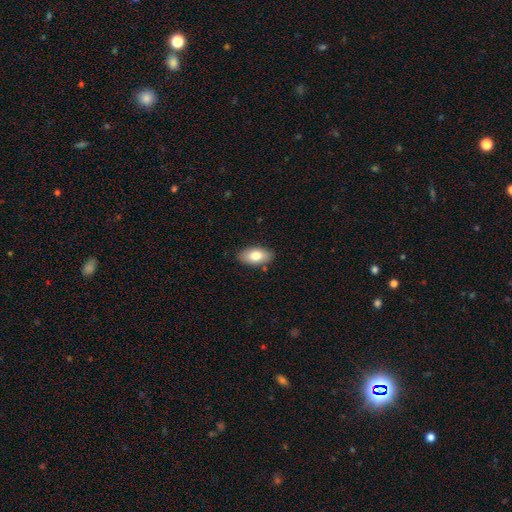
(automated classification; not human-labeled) Smooth or featured: smooth — 78% (featured or disk — 15%)
How rounded: in between — 93% (round — 4%)
Merging: none — 86% (minor disturbance — 11%)